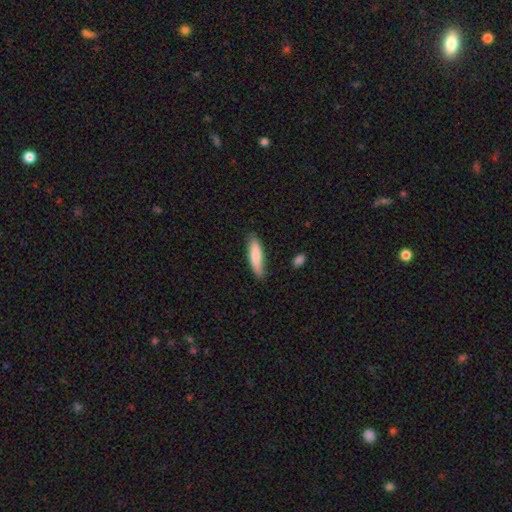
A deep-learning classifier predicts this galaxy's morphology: type=smooth (80%); roundness=cigar-shaped (71%); merging=none (82%).